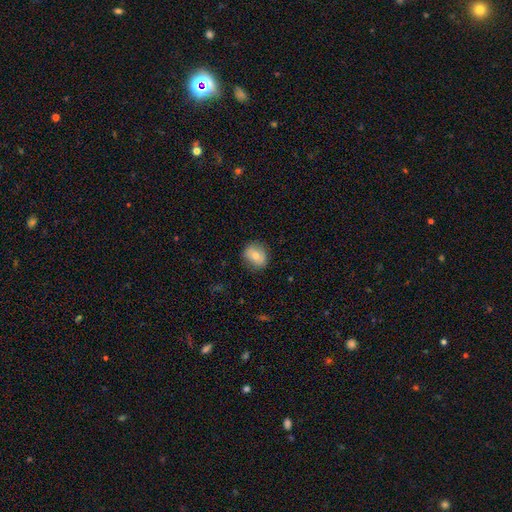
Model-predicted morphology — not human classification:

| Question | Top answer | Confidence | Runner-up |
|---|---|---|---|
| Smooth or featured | smooth | 66% | featured or disk (25%) |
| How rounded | round | 61% | in between (37%) |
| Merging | none | 82% | minor disturbance (13%) |